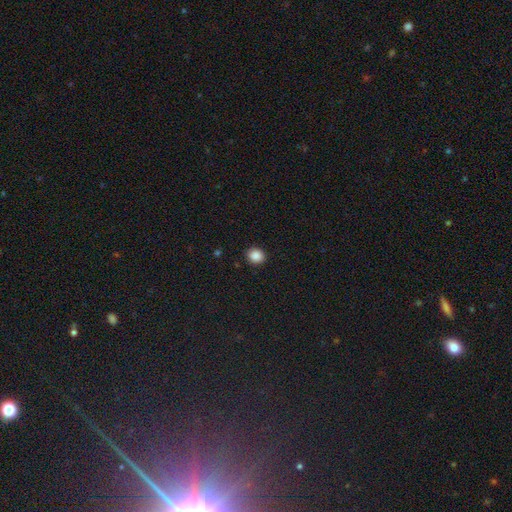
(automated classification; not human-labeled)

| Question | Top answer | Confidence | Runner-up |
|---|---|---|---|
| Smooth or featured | smooth | 88% | star or artifact (10%) |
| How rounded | round | 79% | in between (20%) |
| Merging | none | 90% | minor disturbance (7%) |